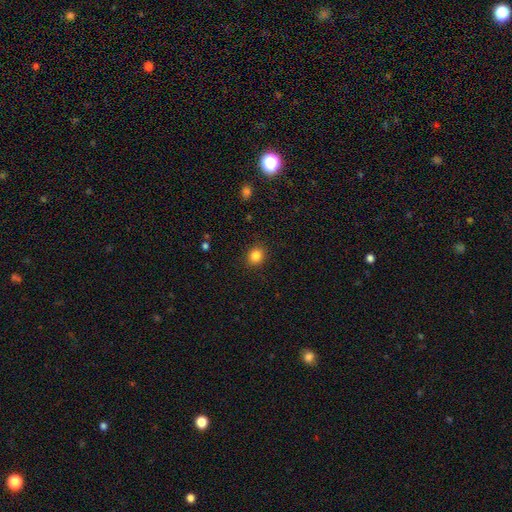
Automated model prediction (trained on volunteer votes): Smooth or featured?
  - smooth: 84% *
  - star or artifact: 11%
  - featured or disk: 4%
How rounded?
  - round: 79% *
  - in between: 20%
  - cigar-shaped: 1%
Merging?
  - none: 90% *
  - minor disturbance: 7%
  - major disturbance: 2%
  - merger: 1%